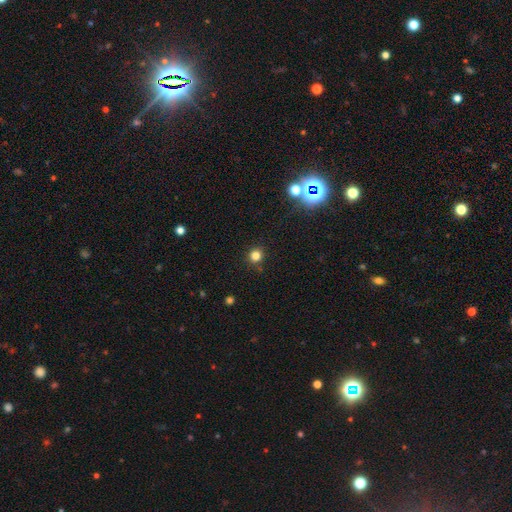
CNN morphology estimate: Q: Smooth or featured?
A: smooth (79%); runner-up: star or artifact (16%)
Q: How rounded?
A: round (92%); runner-up: in between (7%)
Q: Merging?
A: none (89%); runner-up: minor disturbance (7%)